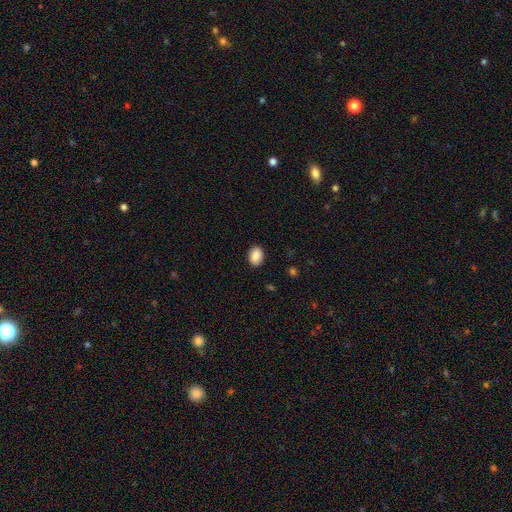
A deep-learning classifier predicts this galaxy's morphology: A smooth galaxy with no disk features (89%) that is in between round and cigar-shaped (74%).

Vote fractions:
- Smooth or featured? smooth: 89% / star or artifact: 8% / featured or disk: 3%
- How rounded? in between: 74% / round: 25% / cigar-shaped: 1%
- Merging? none: 88% / minor disturbance: 9% / major disturbance: 2% / merger: 1%